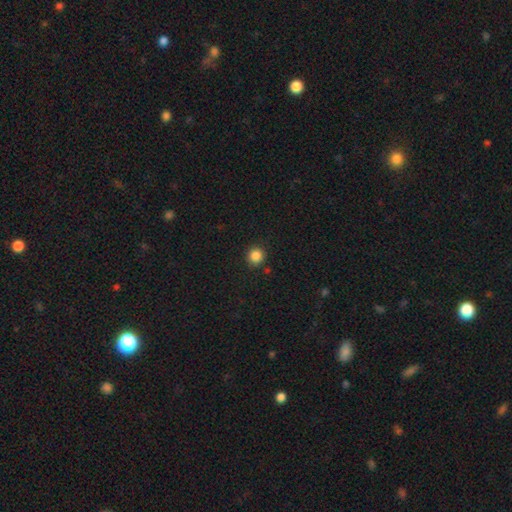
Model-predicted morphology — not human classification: A smooth galaxy with no disk features (85%) that is round (93%). Merging: none (90%).